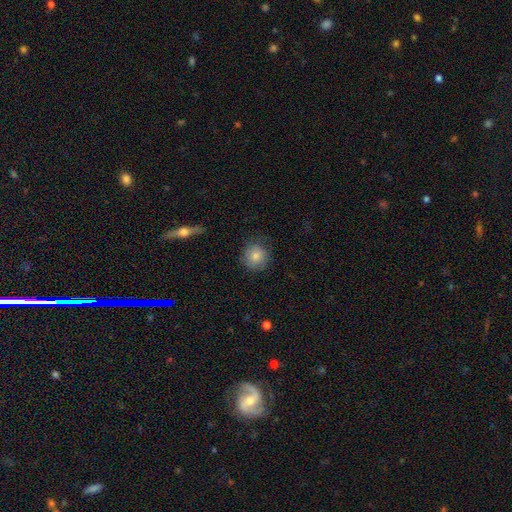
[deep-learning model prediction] A smooth galaxy with no disk features (82%) that is round (90%). Merging: none (81%).